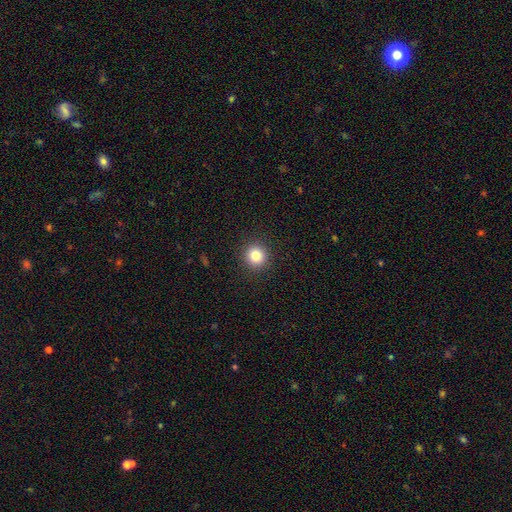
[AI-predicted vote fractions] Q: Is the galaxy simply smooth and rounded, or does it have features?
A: smooth — 83%.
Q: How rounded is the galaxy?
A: round — 94%.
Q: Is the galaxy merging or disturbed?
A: none — 92%.